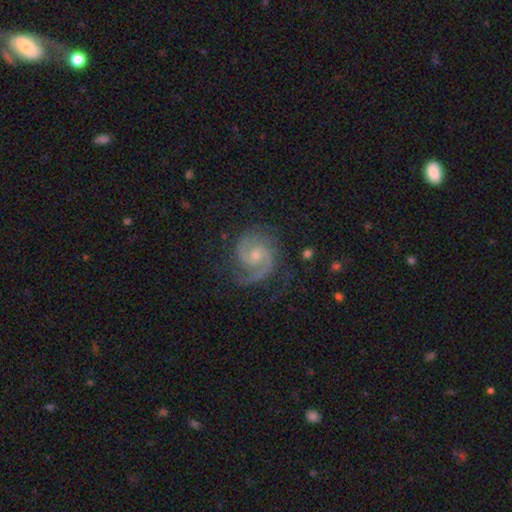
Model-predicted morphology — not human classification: A featured or disk galaxy (92%) with no bar (58%), 2 (89%) medium (50%) spiral arms (98%) and a small central bulge (50%).

Vote fractions:
- Smooth or featured? featured or disk: 92% / star or artifact: 5% / smooth: 4%
- Edge-on disk? no: 98% / yes: 2%
- Bar? no: 58% / weak: 36% / strong: 6%
- Spiral arms? yes: 98% / no: 2%
- Spiral winding? medium: 50% / tight: 42% / loose: 8%
- Spiral arm count? 2: 89% / 3: 4% / can't tell: 2% / 1: 2% / 4: 1% / more than 4: 1%
- Bulge size? small: 50% / moderate: 42% / none: 5% / large: 2% / dominant: 1%
- Merging? none: 76% / minor disturbance: 16% / major disturbance: 6% / merger: 1%